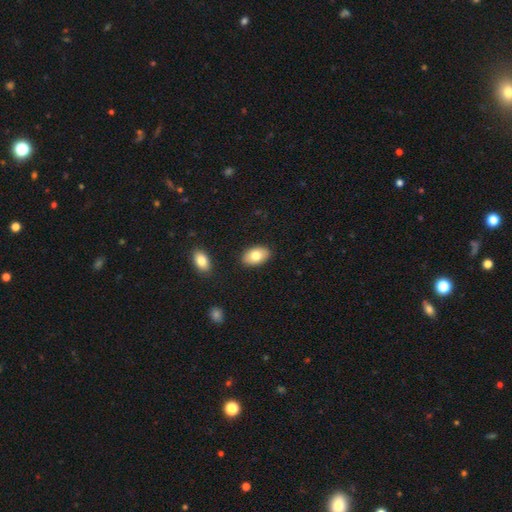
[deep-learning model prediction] Morphology: type=smooth (78%); roundness=in between (92%); merging=none (87%).